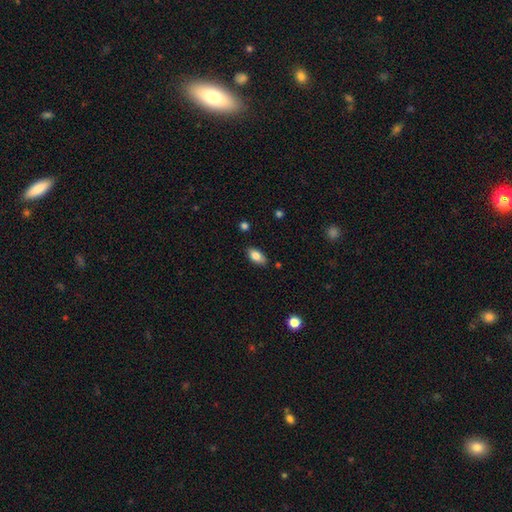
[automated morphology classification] The model was most divided on "merging": none: 82%, minor disturbance: 13%, major disturbance: 2%, merger: 2%. More confident: how rounded — in between (90%); smooth or featured — smooth (81%).